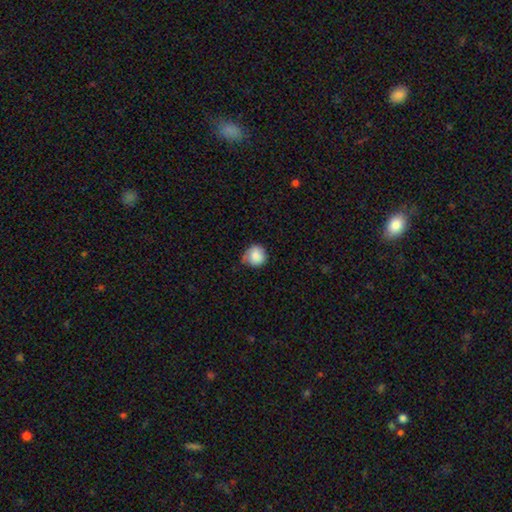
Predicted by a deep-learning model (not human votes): Smooth or featured? Predicted: smooth (p=0.85). How rounded? Predicted: round (p=0.91). Merging? Predicted: none (p=0.65).